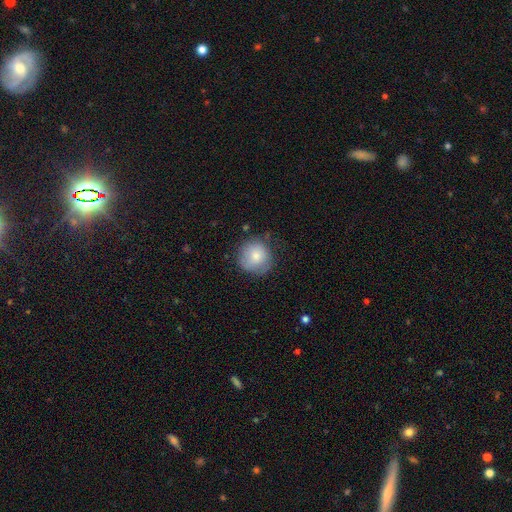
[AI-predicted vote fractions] The model was most divided on "merging": none: 69%, minor disturbance: 22%, major disturbance: 7%, merger: 2%. More confident: how rounded — round (92%); smooth or featured — smooth (77%).